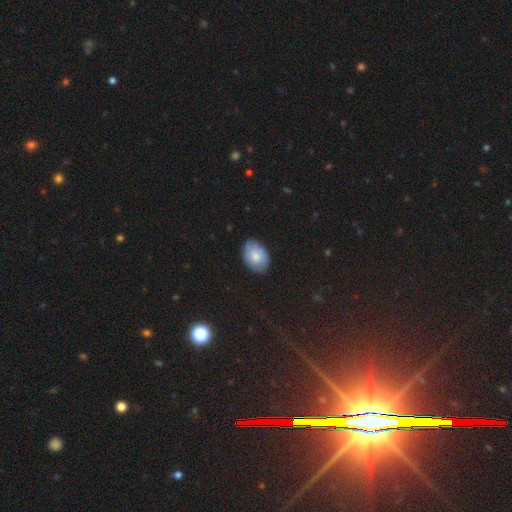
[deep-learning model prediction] smooth_or_featured: smooth (p=0.66) [alt: featured or disk p=0.27]
how_rounded: in between (p=0.81) [alt: round p=0.18]
merging: none (p=0.79) [alt: minor disturbance p=0.17]